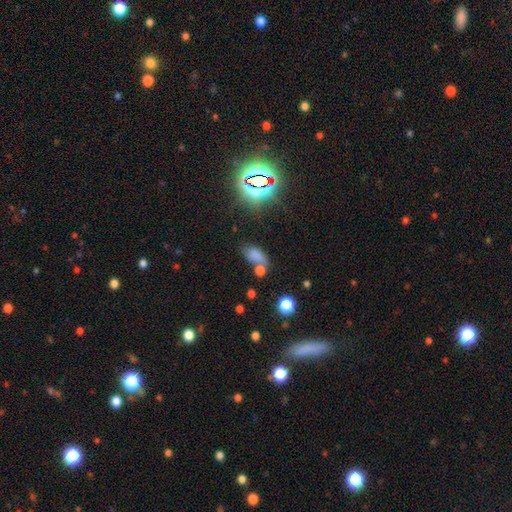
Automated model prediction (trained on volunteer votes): A smooth galaxy with no disk features (70%) that is in between round and cigar-shaped (87%).

Vote fractions:
- Smooth or featured? smooth: 70% / star or artifact: 21% / featured or disk: 9%
- How rounded? in between: 87% / round: 9% / cigar-shaped: 4%
- Merging? none: 49% / merger: 25% / minor disturbance: 18% / major disturbance: 8%